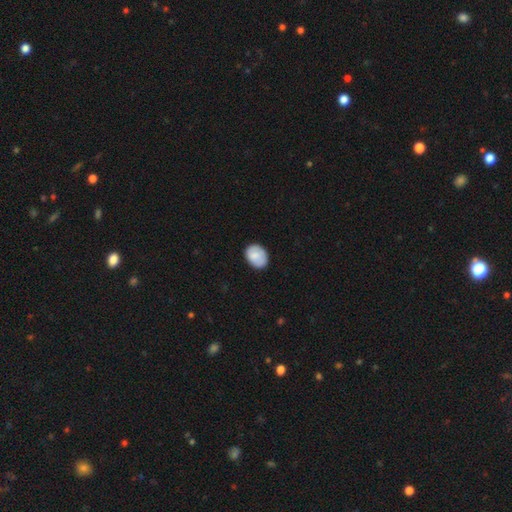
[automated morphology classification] smooth 83%, featured or disk 10%, star or artifact 7%. Down the decision tree: how rounded — in between (69%); merging — none (81%).